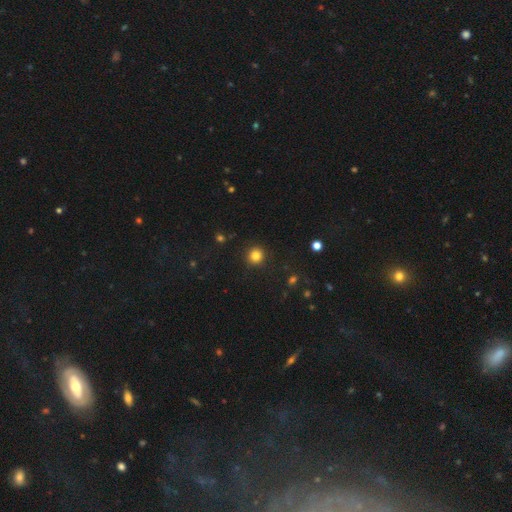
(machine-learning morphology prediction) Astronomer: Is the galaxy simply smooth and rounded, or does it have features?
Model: smooth — 82%.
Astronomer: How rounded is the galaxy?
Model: round — 94%.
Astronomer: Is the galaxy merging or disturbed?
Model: none — 91%.